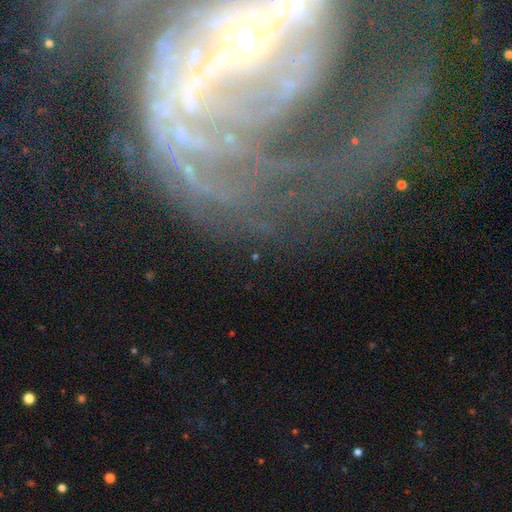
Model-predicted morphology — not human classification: The model was most divided on "smooth or featured": featured or disk: 47%, star or artifact: 32%, smooth: 21%. More confident: merging — none (72%).